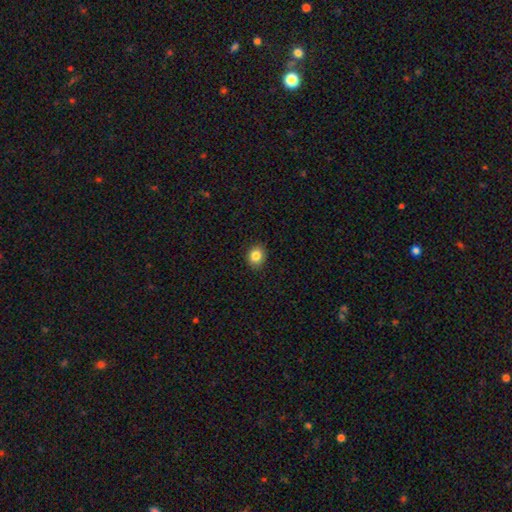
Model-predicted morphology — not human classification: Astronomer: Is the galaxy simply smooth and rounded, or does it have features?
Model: smooth — 84%.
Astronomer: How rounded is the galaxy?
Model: round — 69%.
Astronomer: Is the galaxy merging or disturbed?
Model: none — 90%.